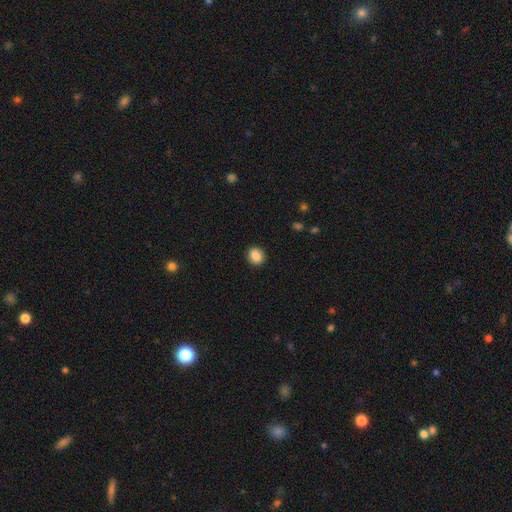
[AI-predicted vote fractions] Smooth or featured?
  - smooth: 87% *
  - star or artifact: 9%
  - featured or disk: 4%
How rounded?
  - round: 76% *
  - in between: 24%
  - cigar-shaped: 1%
Merging?
  - none: 92% *
  - minor disturbance: 6%
  - major disturbance: 2%
  - merger: 1%